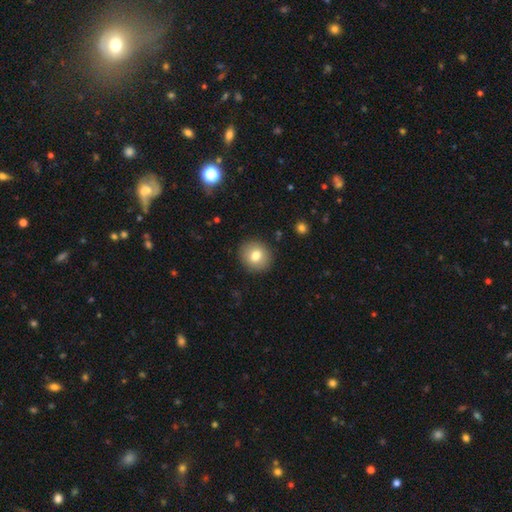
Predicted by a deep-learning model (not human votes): This is likely a smooth galaxy (78%). How rounded: clearly round (87%). Merging: clearly none (90%).